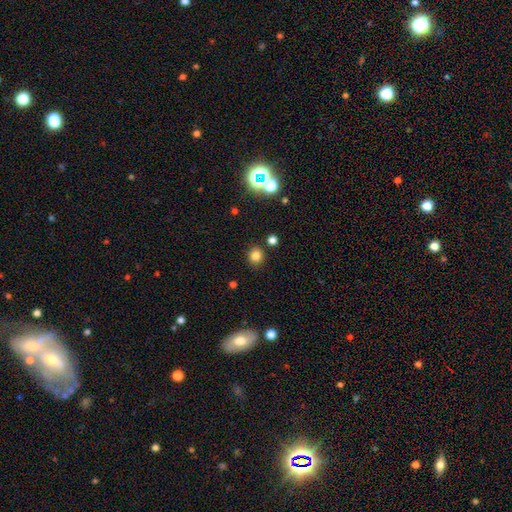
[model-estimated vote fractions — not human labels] The model was most divided on "smooth or featured": smooth: 80%, star or artifact: 15%, featured or disk: 5%. More confident: merging — none (86%); how rounded — round (85%).